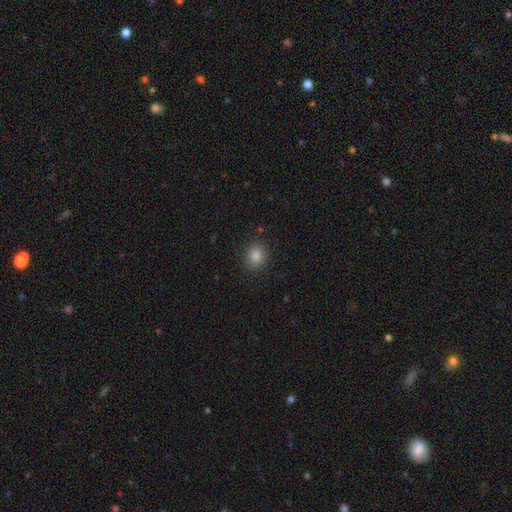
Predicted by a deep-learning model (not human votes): smooth_or_featured: smooth (p=0.83) [alt: star or artifact p=0.12]
how_rounded: round (p=0.64) [alt: in between p=0.35]
merging: none (p=0.89) [alt: minor disturbance p=0.07]